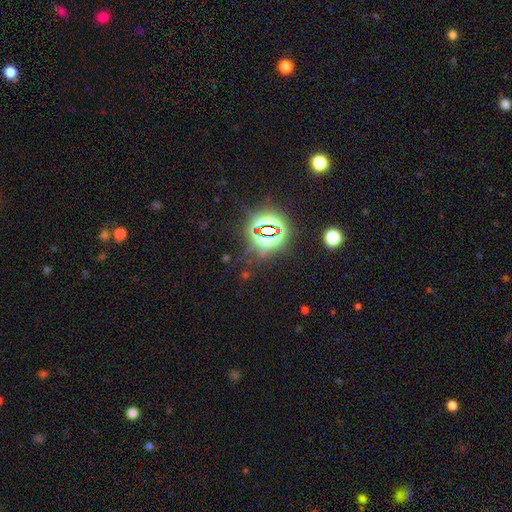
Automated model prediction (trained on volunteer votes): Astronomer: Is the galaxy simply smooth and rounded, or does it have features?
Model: star or artifact — 80%.